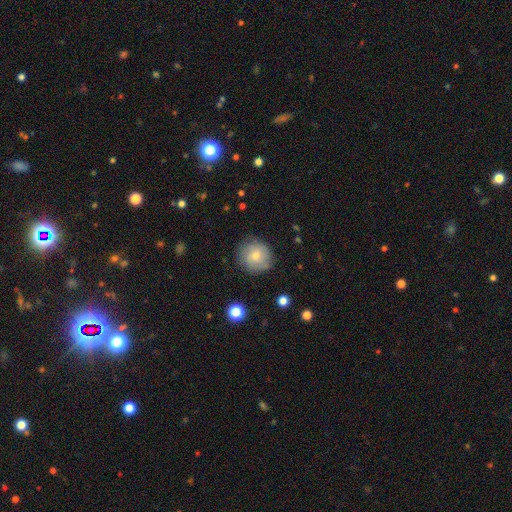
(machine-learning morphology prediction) Smooth or featured: smooth — 58% (featured or disk — 33%)
How rounded: round — 90% (in between — 9%)
Merging: none — 79% (minor disturbance — 15%)